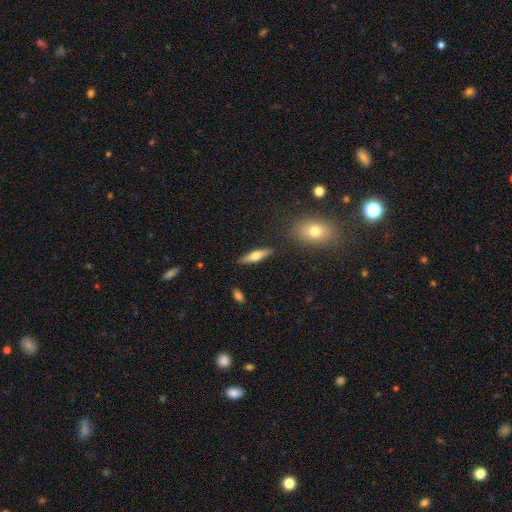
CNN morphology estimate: A smooth galaxy with no disk features (51%) that is cigar-shaped (66%).

Vote fractions:
- Smooth or featured? smooth: 51% / featured or disk: 43% / star or artifact: 6%
- How rounded? cigar-shaped: 66% / in between: 31% / round: 3%
- Merging? none: 86% / minor disturbance: 9% / merger: 2% / major disturbance: 2%